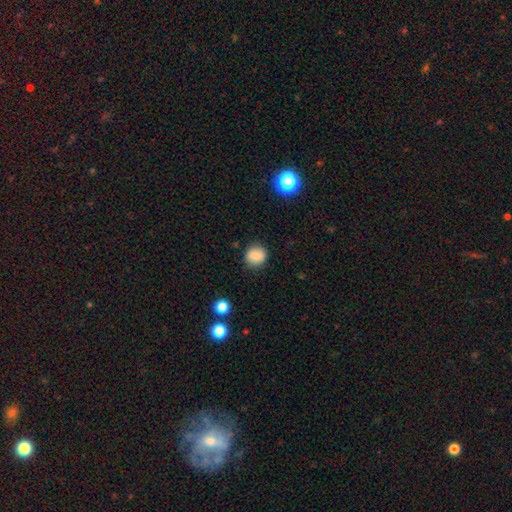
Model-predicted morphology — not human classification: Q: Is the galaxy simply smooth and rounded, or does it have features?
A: smooth — 82%.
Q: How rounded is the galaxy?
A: round — 86%.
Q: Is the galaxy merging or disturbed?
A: none — 86%.